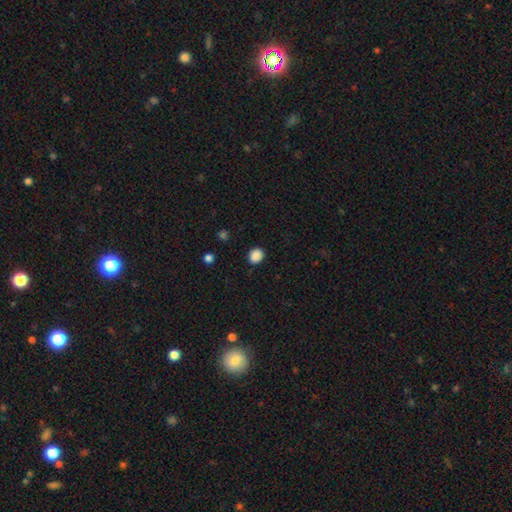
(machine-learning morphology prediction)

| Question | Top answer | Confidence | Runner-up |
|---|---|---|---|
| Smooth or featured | smooth | 87% | star or artifact (10%) |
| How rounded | round | 72% | in between (27%) |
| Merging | none | 89% | minor disturbance (8%) |